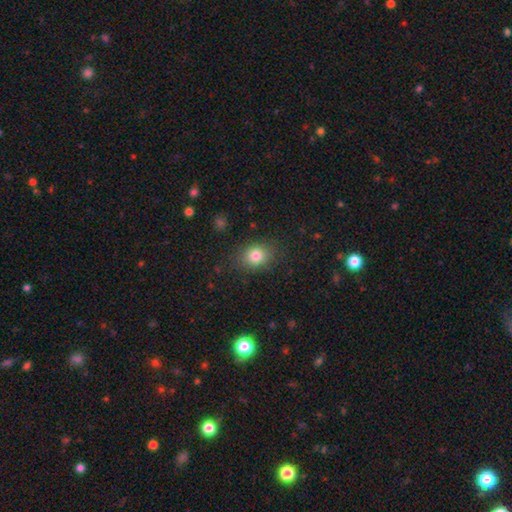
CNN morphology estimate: Smooth or featured? smooth (82%)
How rounded? round (50%)
Merging? none (84%)